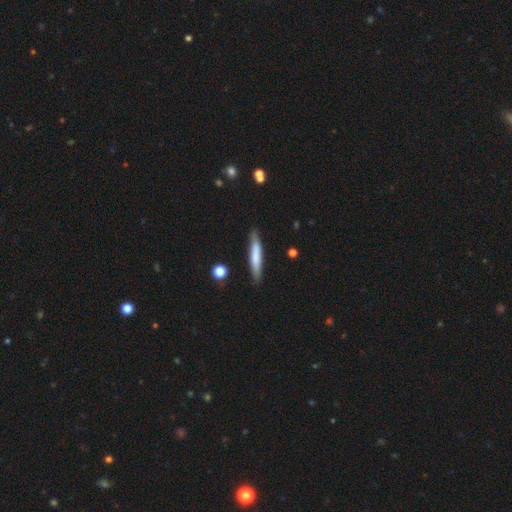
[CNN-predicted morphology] This appears to be a smooth galaxy with no disk features (68%) that is cigar-shaped (91%). Merging: none (84%).